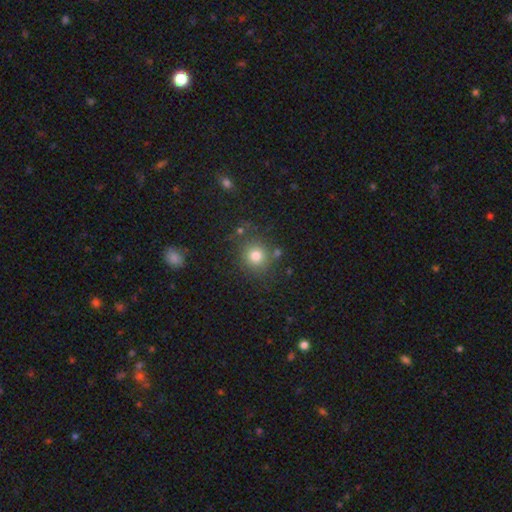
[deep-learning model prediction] Q: Smooth or featured?
A: smooth (78%); runner-up: star or artifact (14%)
Q: How rounded?
A: round (90%); runner-up: in between (9%)
Q: Merging?
A: none (80%); runner-up: minor disturbance (10%)